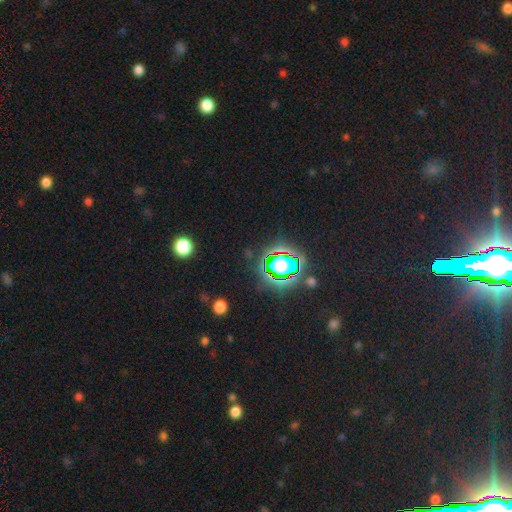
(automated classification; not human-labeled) A star or artifact, not a galaxy (82%).